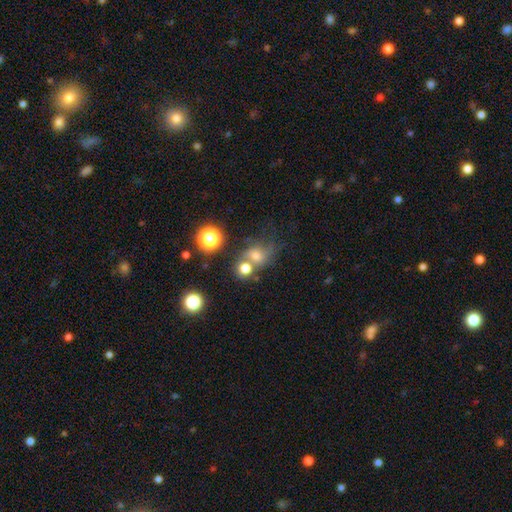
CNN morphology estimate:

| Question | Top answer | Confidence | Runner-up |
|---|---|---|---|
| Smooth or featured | smooth | 61% | star or artifact (21%) |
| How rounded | round | 62% | in between (37%) |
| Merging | none | 42% | merger (32%) |